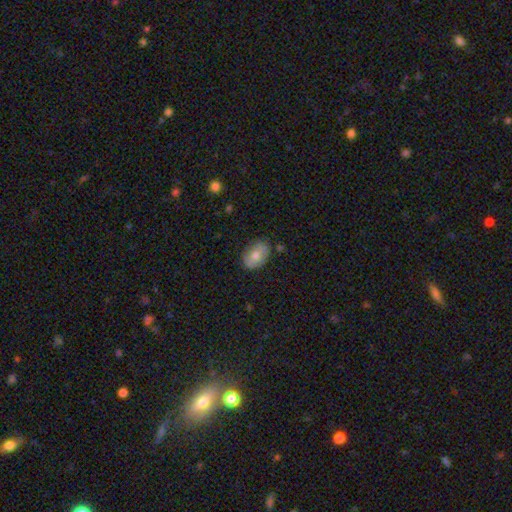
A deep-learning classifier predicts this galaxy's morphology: Smooth or featured? smooth (63%)
How rounded? in between (83%)
Merging? none (81%)